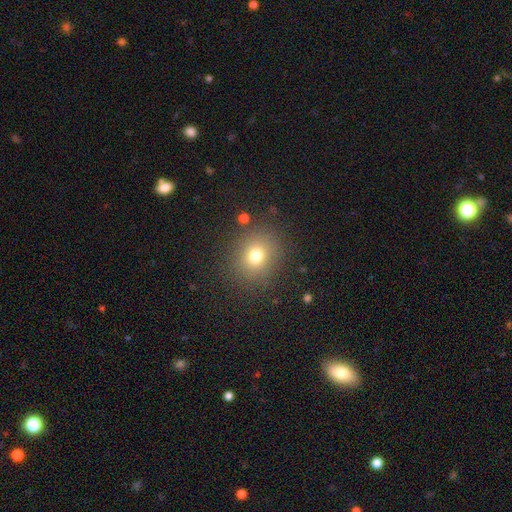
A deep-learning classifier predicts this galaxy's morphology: smooth_or_featured: smooth (p=0.74) [alt: star or artifact p=0.16]
how_rounded: round (p=0.80) [alt: in between p=0.20]
merging: none (p=0.85) [alt: minor disturbance p=0.08]